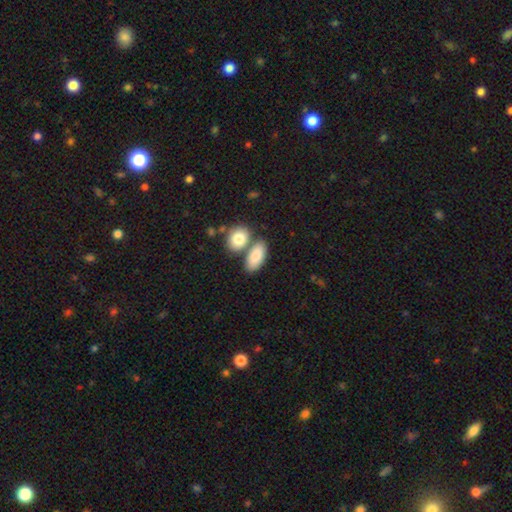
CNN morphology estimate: smooth-or-featured: smooth: 85% | featured or disk: 10% | star or artifact: 6%
  how-rounded: in between: 89% | cigar-shaped: 5% | round: 5%
  merging: none: 53% | merger: 33% | minor disturbance: 11% | major disturbance: 3%